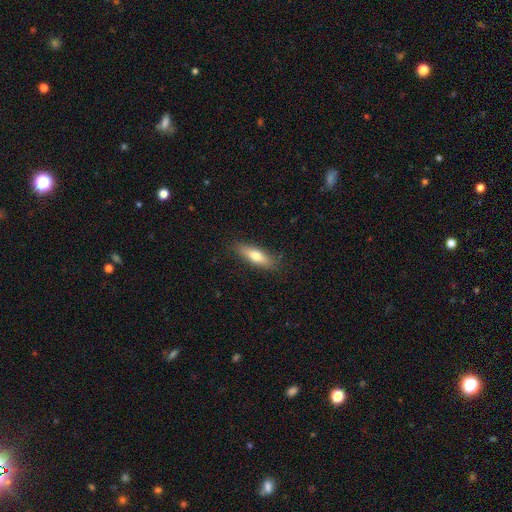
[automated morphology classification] This appears to be a smooth galaxy with no disk features (68%) that is cigar-shaped (53%). Merging: none (85%).